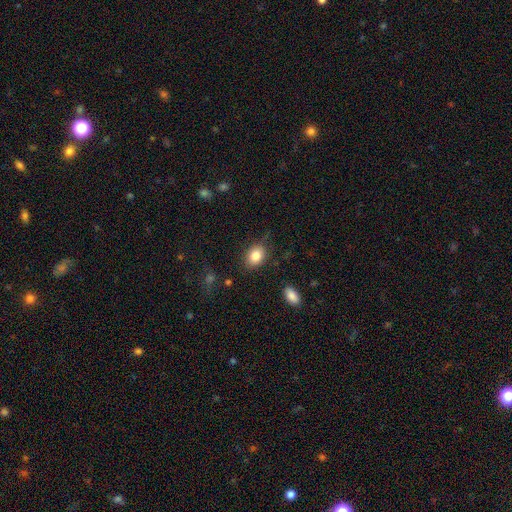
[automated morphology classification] smooth-or-featured: smooth: 83% | star or artifact: 9% | featured or disk: 8%
  how-rounded: in between: 69% | round: 30% | cigar-shaped: 1%
  merging: none: 79% | minor disturbance: 15% | major disturbance: 4% | merger: 2%